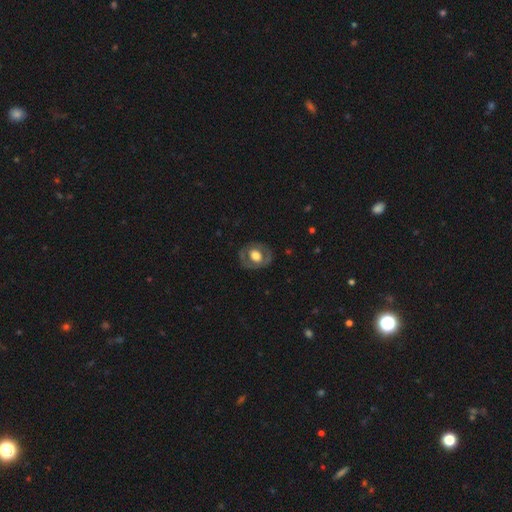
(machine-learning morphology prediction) smooth_or_featured: featured or disk (p=0.50) [alt: smooth p=0.43]
disk_edge_on: no (p=0.94) [alt: yes p=0.06]
merging: none (p=0.76) [alt: minor disturbance p=0.15]